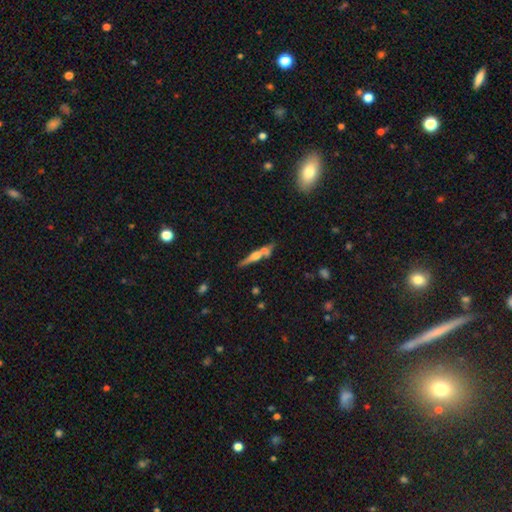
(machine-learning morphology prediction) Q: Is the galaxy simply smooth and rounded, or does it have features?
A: featured or disk — 57%.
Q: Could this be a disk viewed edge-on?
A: yes — 91%.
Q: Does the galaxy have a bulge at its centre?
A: rounded — 81%.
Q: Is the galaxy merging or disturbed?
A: none — 54%.